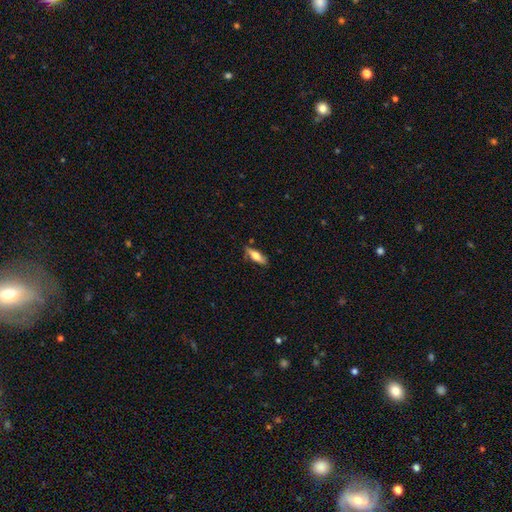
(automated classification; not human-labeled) This appears to be a smooth galaxy with no disk features (61%) that is in between round and cigar-shaped (52%). Merging: none (80%).